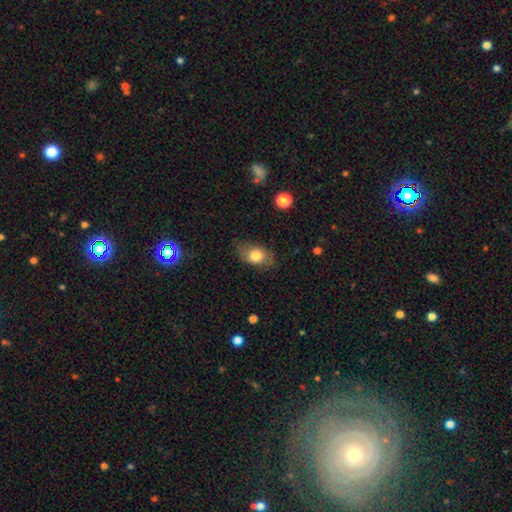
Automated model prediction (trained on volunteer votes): The model was most divided on "merging": none: 74%, minor disturbance: 19%, major disturbance: 6%, merger: 1%. More confident: how rounded — in between (82%); smooth or featured — smooth (74%).